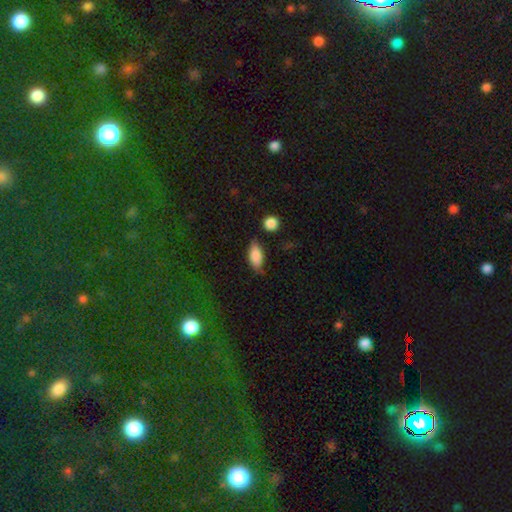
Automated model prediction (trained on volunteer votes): Smooth or featured? smooth (83%)
How rounded? in between (88%)
Merging? none (64%)